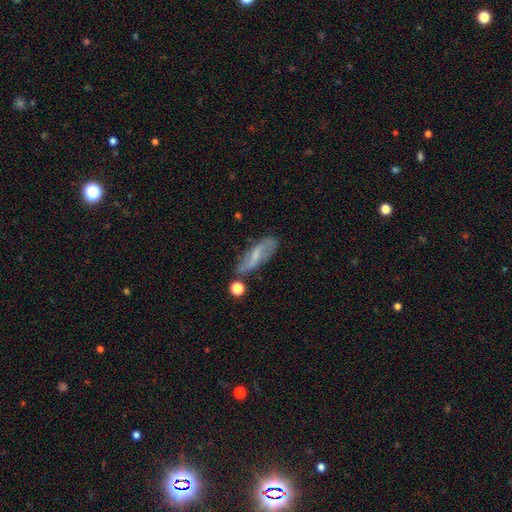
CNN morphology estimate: This is likely a featured or disk galaxy (61%). It is clearly not viewed edge-on (82%). Merging: likely none (67%).